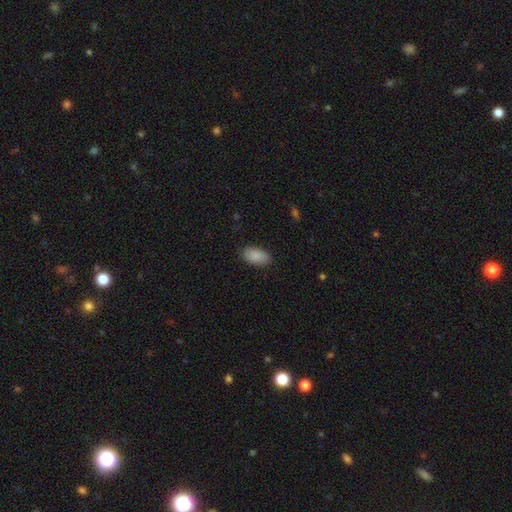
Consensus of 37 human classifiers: Morphology: type=smooth (95%); roundness=in between (89%); merging=none (89%).